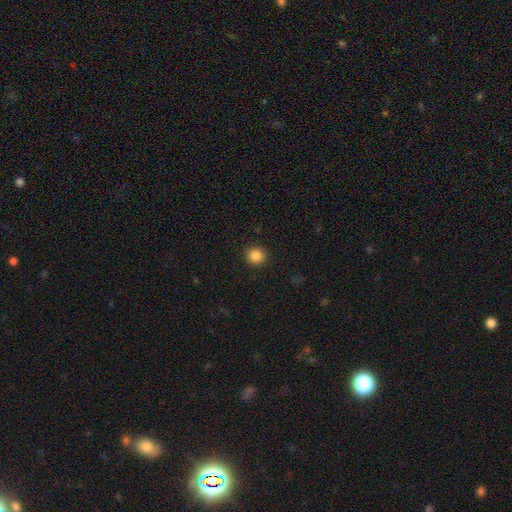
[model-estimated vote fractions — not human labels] The model was most divided on "smooth or featured": smooth: 86%, star or artifact: 11%, featured or disk: 4%. More confident: merging — none (93%); how rounded — round (92%).